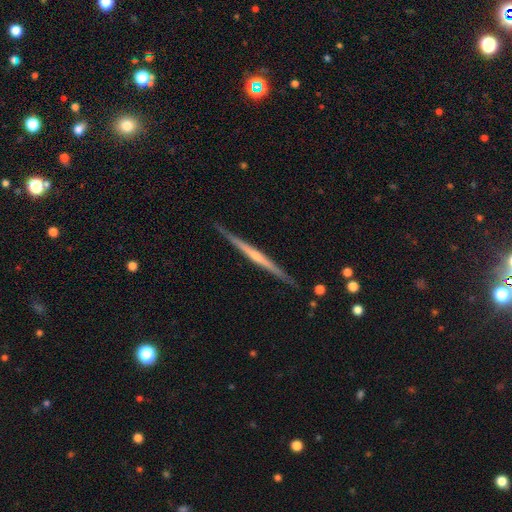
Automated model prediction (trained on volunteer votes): smooth_or_featured: featured or disk (p=0.81) [alt: smooth p=0.13]
disk_edge_on: yes (p=0.98) [alt: no p=0.02]
edge_on_bulge: rounded (p=0.64) [alt: none p=0.28]
merging: none (p=0.91) [alt: minor disturbance p=0.06]